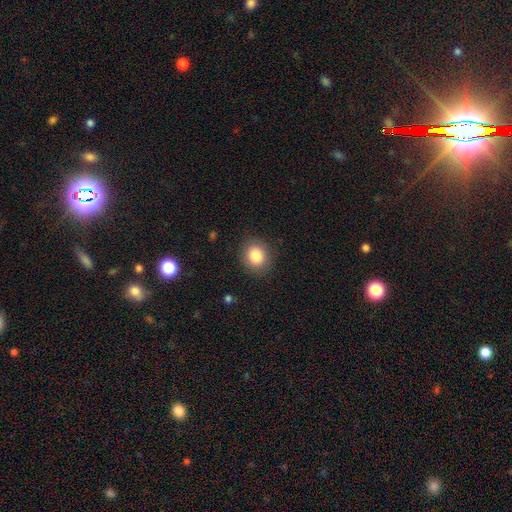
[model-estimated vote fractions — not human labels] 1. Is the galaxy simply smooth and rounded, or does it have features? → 84% smooth, 9% star or artifact, 7% featured or disk.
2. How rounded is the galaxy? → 73% round, 26% in between, 1% cigar-shaped.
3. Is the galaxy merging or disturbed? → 88% none, 8% minor disturbance, 3% major disturbance, 1% merger.